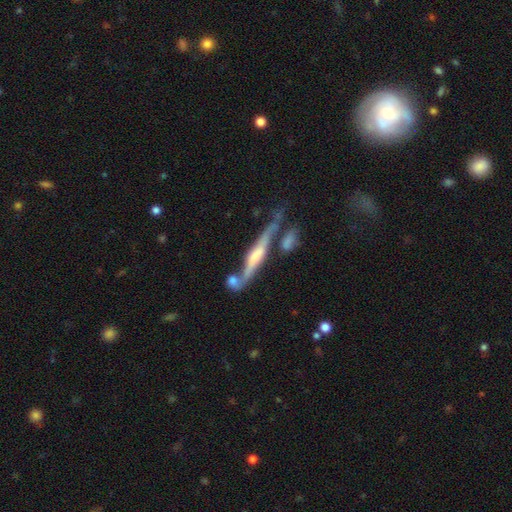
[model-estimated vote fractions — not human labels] featured or disk 78%, smooth 14%, star or artifact 7%. Down the decision tree: edge-on disk — yes (91%); edge-on bulge — rounded (70%); merging — none (57%).